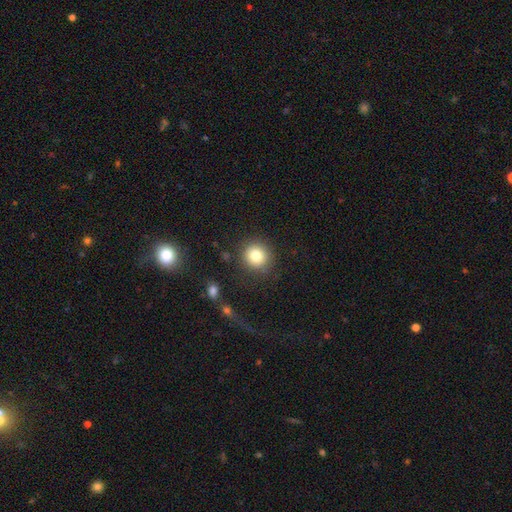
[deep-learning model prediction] This appears to be a smooth galaxy with no disk features (81%) that is round (90%). Merging: none (84%).